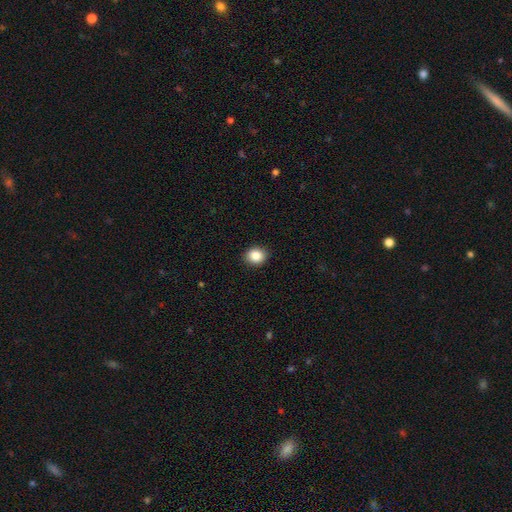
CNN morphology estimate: A smooth galaxy with no disk features (87%) that is round (67%). Merging: none (90%).